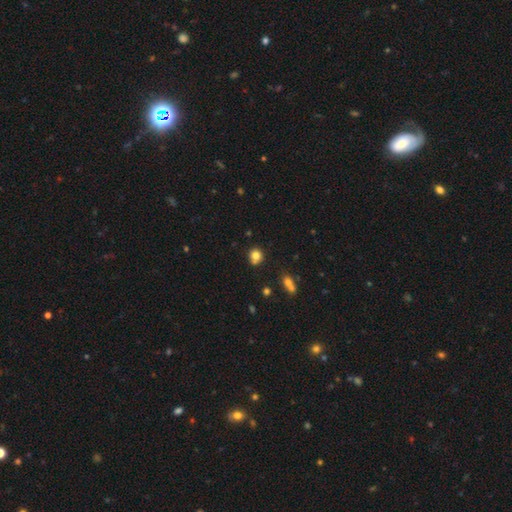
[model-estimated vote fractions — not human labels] Smooth or featured: smooth — 79% (star or artifact — 13%)
How rounded: round — 81% (in between — 18%)
Merging: none — 68% (minor disturbance — 16%)